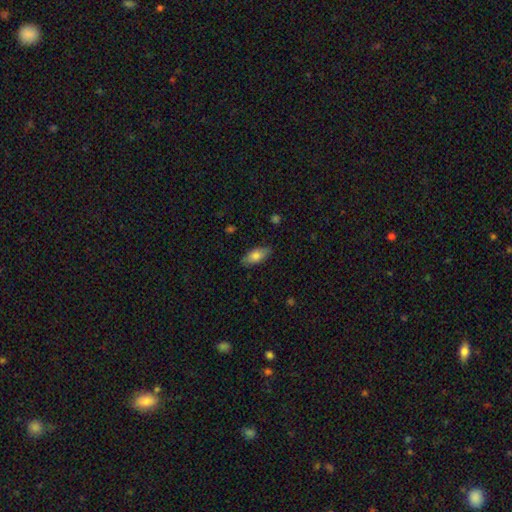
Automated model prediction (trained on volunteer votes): Q: Smooth or featured?
A: smooth (78%); runner-up: featured or disk (16%)
Q: How rounded?
A: in between (87%); runner-up: cigar-shaped (10%)
Q: Merging?
A: none (84%); runner-up: minor disturbance (13%)